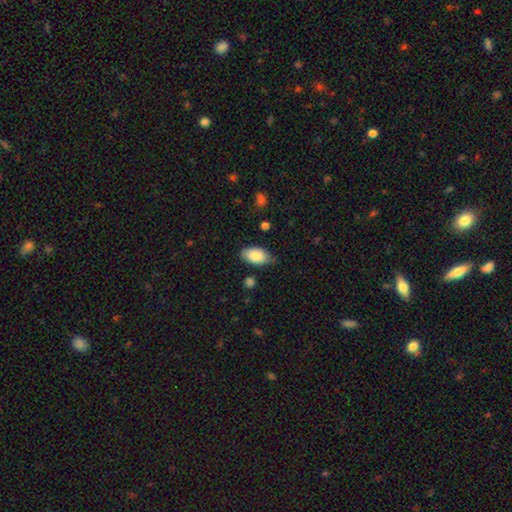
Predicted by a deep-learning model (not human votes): This is clearly a smooth galaxy (87%). How rounded: clearly in between (94%). Merging: likely none (72%).